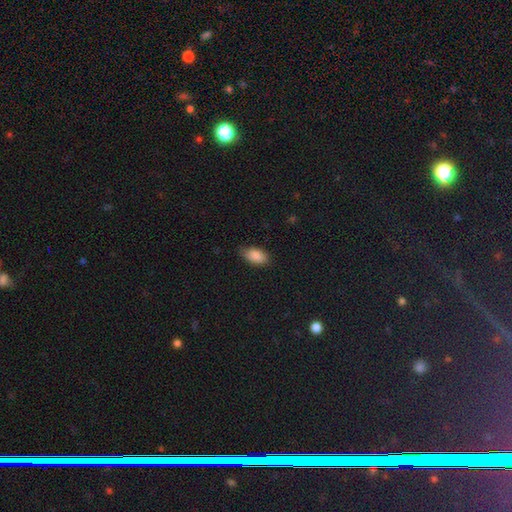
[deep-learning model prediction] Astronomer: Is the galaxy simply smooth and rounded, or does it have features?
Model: smooth — 88%.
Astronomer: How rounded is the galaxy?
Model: in between — 92%.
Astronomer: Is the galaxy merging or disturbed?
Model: none — 71%.